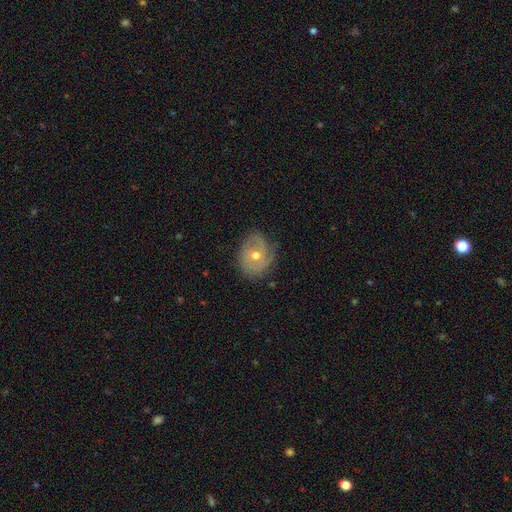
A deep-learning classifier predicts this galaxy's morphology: smooth_or_featured: featured or disk (p=0.68) [alt: smooth p=0.24]
disk_edge_on: no (p=0.96) [alt: yes p=0.04]
bar: no (p=0.71) [alt: weak p=0.23]
has_spiral_arms: yes (p=0.76) [alt: no p=0.24]
spiral_winding: tight (p=0.51) [alt: medium p=0.33]
spiral_arm_count: 2 (p=0.38) [alt: can't tell p=0.31]
bulge_size: moderate (p=0.74) [alt: small p=0.22]
merging: none (p=0.64) [alt: minor disturbance p=0.25]